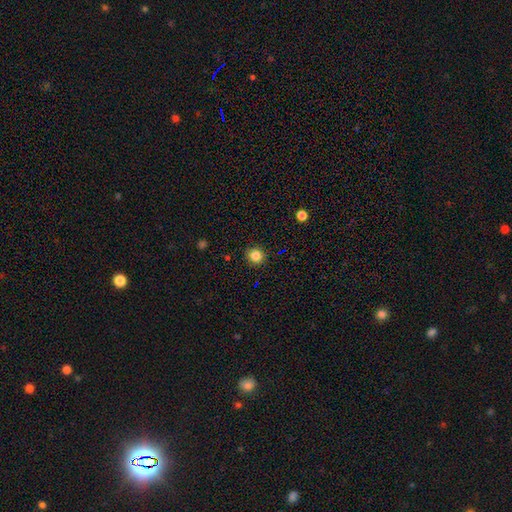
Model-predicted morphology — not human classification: A smooth galaxy with no disk features (84%) that is round (92%).

Vote fractions:
- Smooth or featured? smooth: 84% / star or artifact: 12% / featured or disk: 5%
- How rounded? round: 92% / in between: 7% / cigar-shaped: 1%
- Merging? none: 91% / minor disturbance: 6% / major disturbance: 2% / merger: 1%